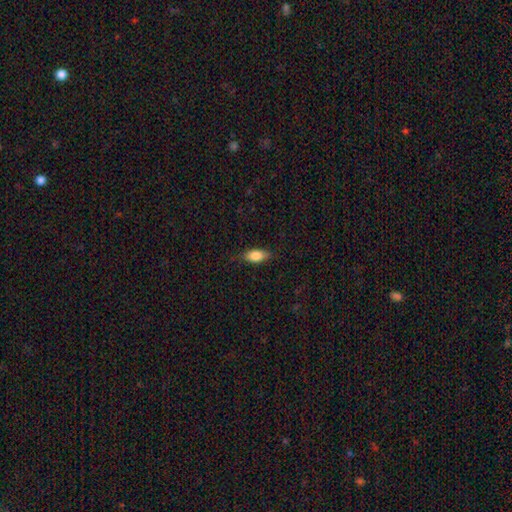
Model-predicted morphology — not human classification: Smooth or featured?
  - smooth: 81% *
  - featured or disk: 12%
  - star or artifact: 7%
How rounded?
  - in between: 83% *
  - cigar-shaped: 14%
  - round: 3%
Merging?
  - none: 84% *
  - minor disturbance: 13%
  - major disturbance: 3%
  - merger: 1%